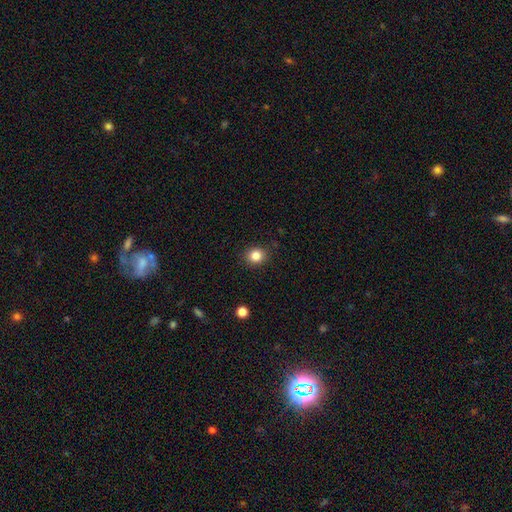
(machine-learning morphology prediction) Overall: smooth (84%). How rounded: round (81%). Merging: none (89%).